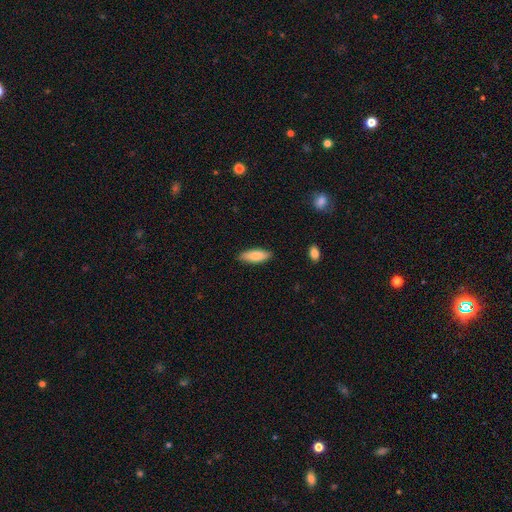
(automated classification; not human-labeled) This is clearly a smooth galaxy (81%). How rounded: likely in between (65%). Merging: clearly none (87%).